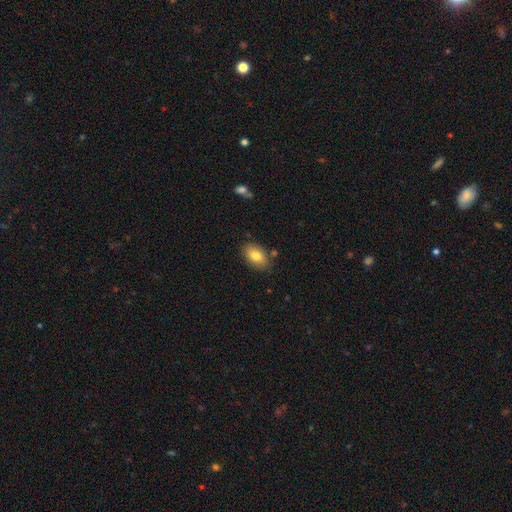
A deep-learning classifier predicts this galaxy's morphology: Smooth or featured: smooth — 81% (featured or disk — 11%)
How rounded: in between — 90% (round — 8%)
Merging: none — 82% (minor disturbance — 12%)